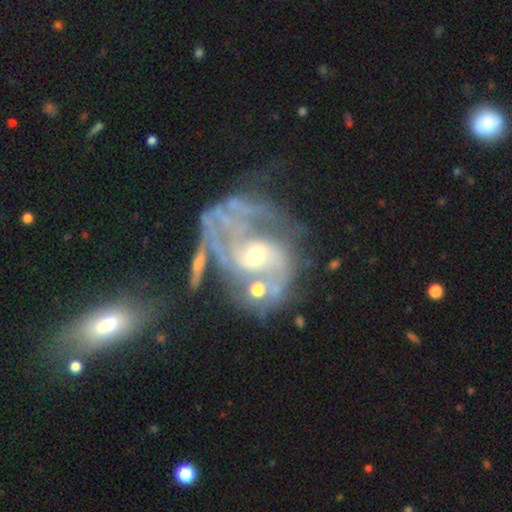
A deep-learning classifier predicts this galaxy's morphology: A featured or disk galaxy (85%) with no bar (60%), 2 (46%) medium (41%) spiral arms (88%) and a small central bulge (47%). Merging: major disturbance (33%).